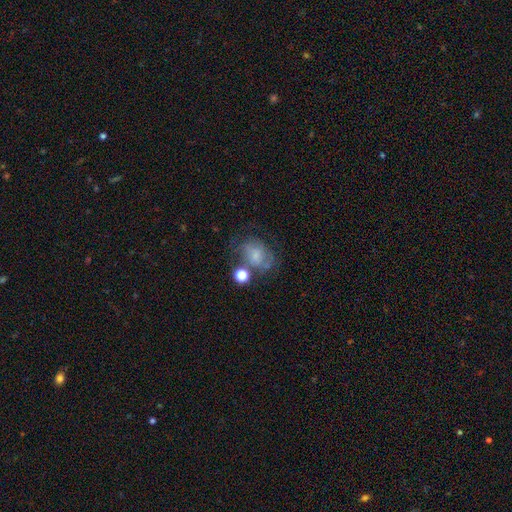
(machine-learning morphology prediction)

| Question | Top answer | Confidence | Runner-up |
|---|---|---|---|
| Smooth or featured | smooth | 57% | featured or disk (30%) |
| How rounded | in between | 53% | round (46%) |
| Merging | none | 41% | minor disturbance (23%) |